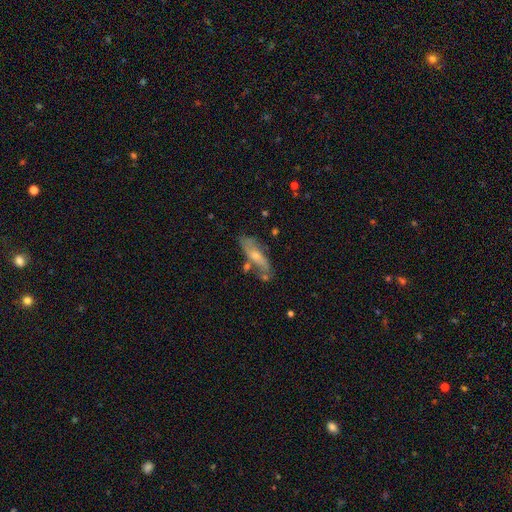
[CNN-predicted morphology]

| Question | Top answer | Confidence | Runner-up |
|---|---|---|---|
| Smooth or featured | featured or disk | 52% | smooth (42%) |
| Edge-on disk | no | 67% | yes (33%) |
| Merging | none | 60% | minor disturbance (22%) |